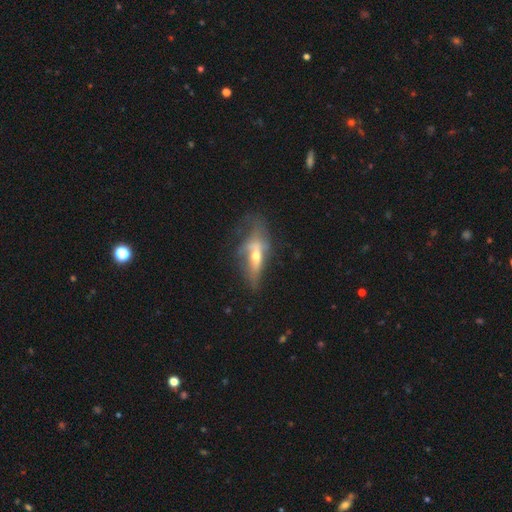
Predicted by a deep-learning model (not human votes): Q: Smooth or featured?
A: featured or disk (57%); runner-up: smooth (33%)
Q: Edge-on disk?
A: no (56%); runner-up: yes (44%)
Q: Merging?
A: major disturbance (40%); runner-up: none (30%)